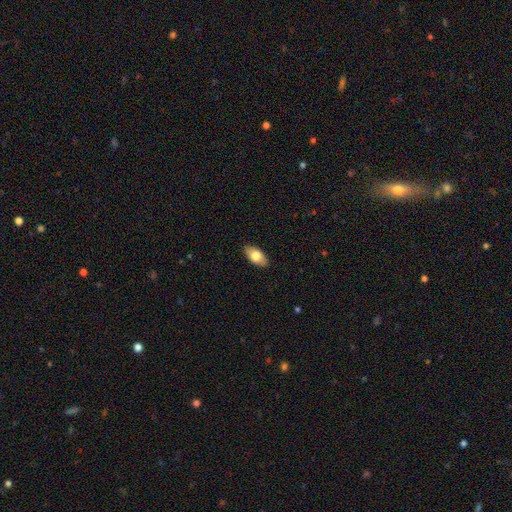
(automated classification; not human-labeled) A smooth galaxy with no disk features (77%) that is in between round and cigar-shaped (92%). Merging: none (88%).